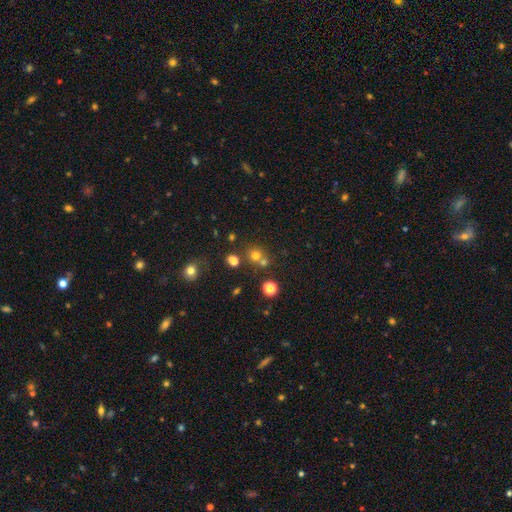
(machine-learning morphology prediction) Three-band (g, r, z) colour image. It shows a smooth galaxy with no disk features (68%) that is round (85%). Merging: none (59%).